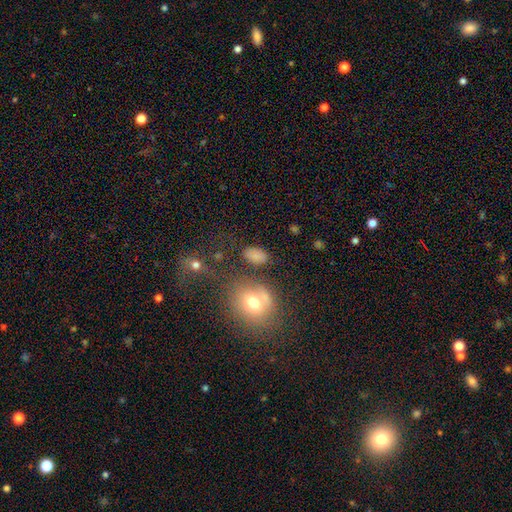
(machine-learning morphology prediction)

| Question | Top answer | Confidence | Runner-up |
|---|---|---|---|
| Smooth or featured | smooth | 79% | star or artifact (12%) |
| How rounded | in between | 86% | round (12%) |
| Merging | none | 75% | minor disturbance (14%) |